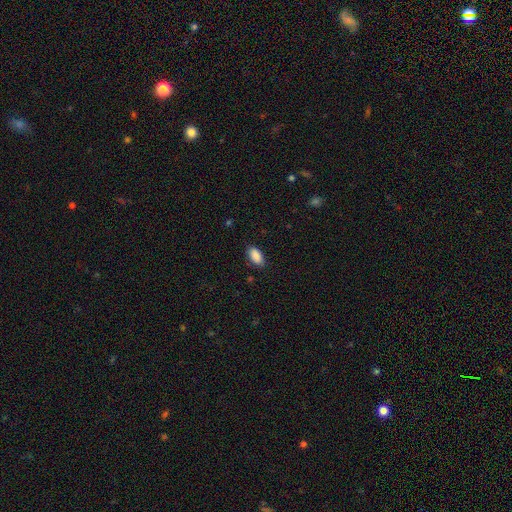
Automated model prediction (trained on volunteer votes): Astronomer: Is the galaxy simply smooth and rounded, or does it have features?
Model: smooth — 90%.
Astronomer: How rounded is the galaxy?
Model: in between — 93%.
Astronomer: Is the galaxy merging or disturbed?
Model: none — 86%.